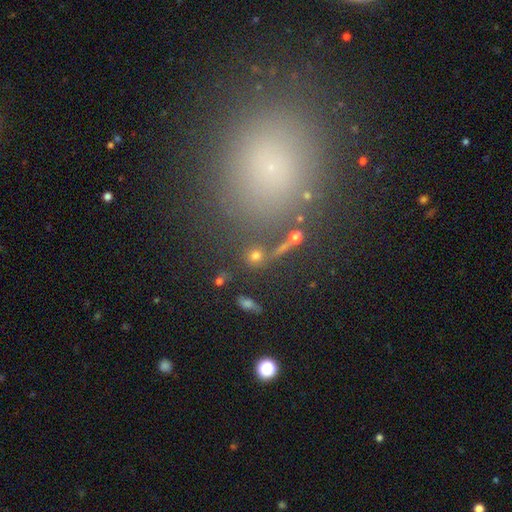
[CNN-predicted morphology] A smooth galaxy with no disk features (71%) that is round (82%). Merging: none (75%).